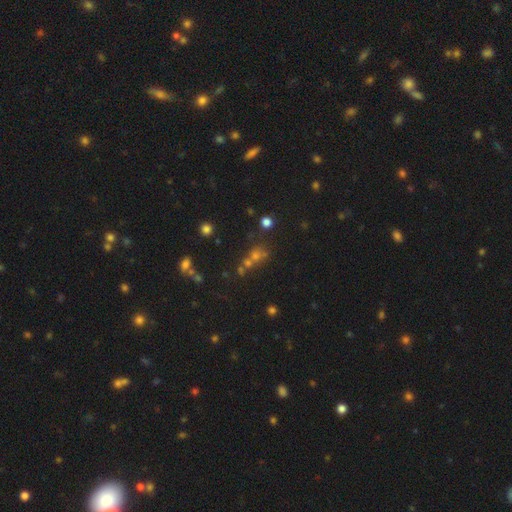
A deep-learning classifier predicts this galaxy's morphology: A star or artifact, not a galaxy (46%).